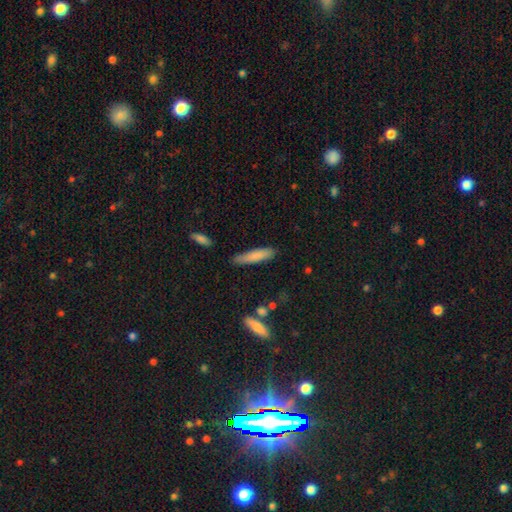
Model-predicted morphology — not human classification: Q: Smooth or featured?
A: smooth (81%); runner-up: featured or disk (13%)
Q: How rounded?
A: cigar-shaped (82%); runner-up: in between (17%)
Q: Merging?
A: none (80%); runner-up: minor disturbance (15%)